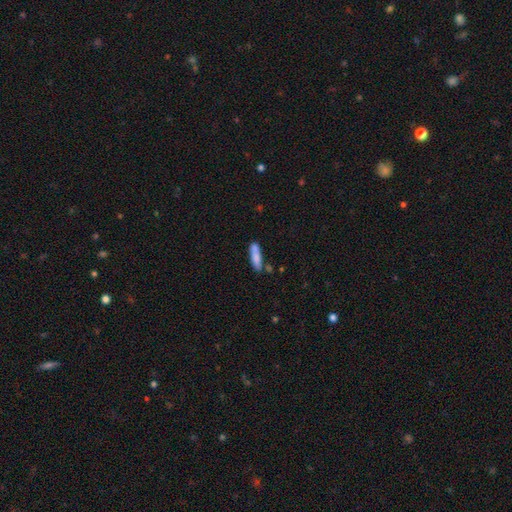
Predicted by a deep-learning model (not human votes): A smooth galaxy with no disk features (80%) that is cigar-shaped (69%).

Vote fractions:
- Smooth or featured? smooth: 80% / featured or disk: 13% / star or artifact: 6%
- How rounded? cigar-shaped: 69% / in between: 29% / round: 2%
- Merging? none: 65% / minor disturbance: 18% / merger: 13% / major disturbance: 4%